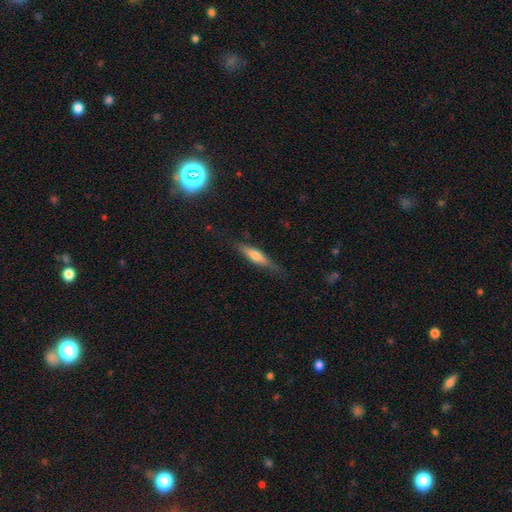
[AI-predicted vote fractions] The model was most divided on "smooth or featured": smooth: 53%, featured or disk: 41%, star or artifact: 6%. More confident: how rounded — cigar-shaped (77%); merging — none (77%).